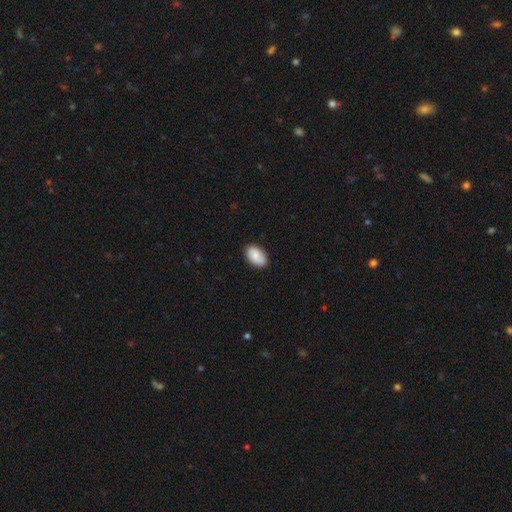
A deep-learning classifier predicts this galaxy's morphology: smooth_or_featured: smooth (p=0.78) [alt: featured or disk p=0.16]
how_rounded: in between (p=0.92) [alt: round p=0.07]
merging: none (p=0.84) [alt: minor disturbance p=0.12]